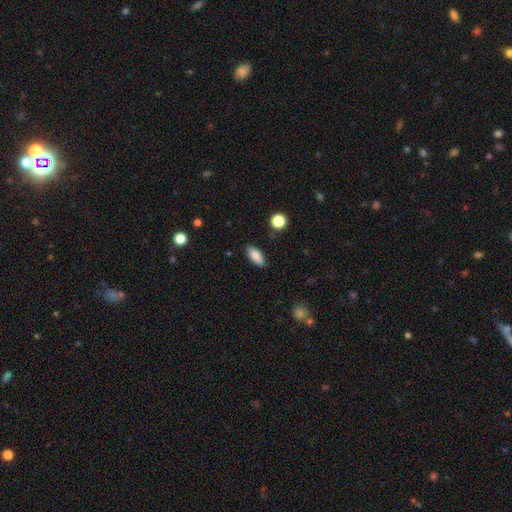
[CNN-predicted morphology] Smooth or featured? smooth (87%)
How rounded? in between (83%)
Merging? none (87%)